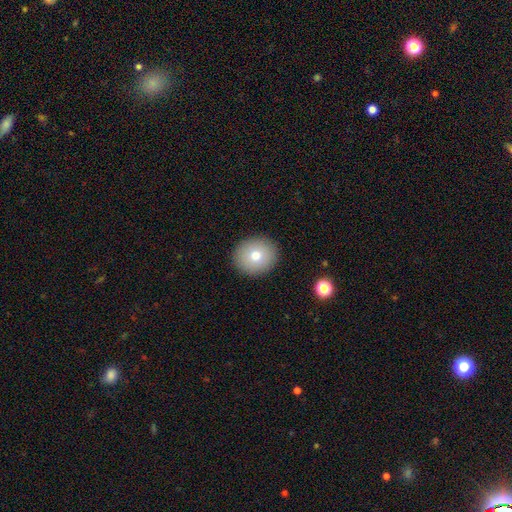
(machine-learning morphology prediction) Smooth or featured? Predicted: smooth (p=0.76). How rounded? Predicted: round (p=0.80). Merging? Predicted: none (p=0.91).